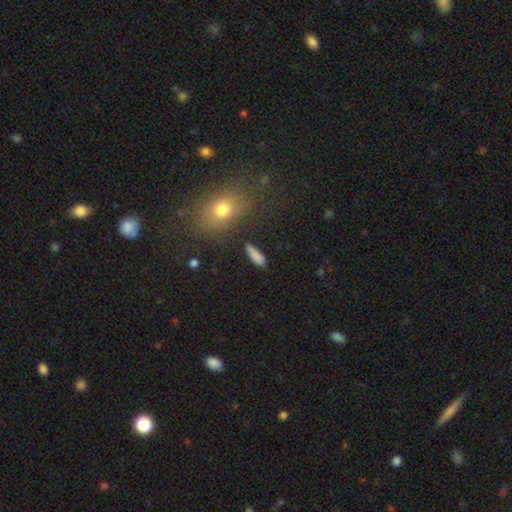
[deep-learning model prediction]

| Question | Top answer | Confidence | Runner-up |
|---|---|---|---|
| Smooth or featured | smooth | 84% | star or artifact (8%) |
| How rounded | cigar-shaped | 61% | in between (36%) |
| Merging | none | 83% | minor disturbance (12%) |